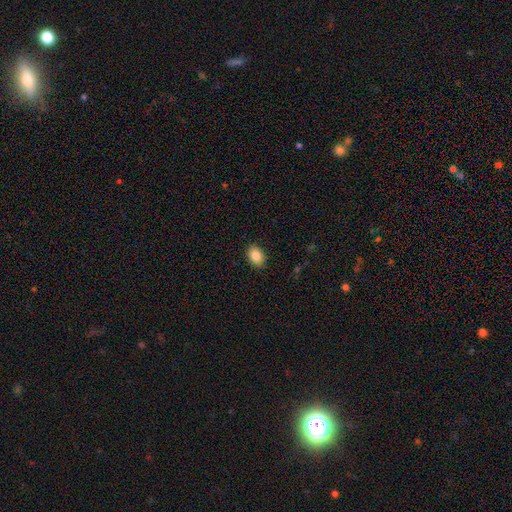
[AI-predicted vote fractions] Morphology: type=smooth (85%); roundness=in between (81%); merging=none (89%).